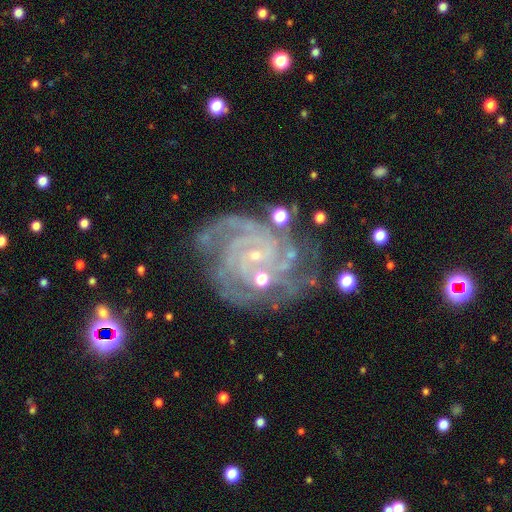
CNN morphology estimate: A featured or disk galaxy (90%) with no bar (67%), 4 (27%) tight (75%) spiral arms (98%) and a small central bulge (85%).

Vote fractions:
- Smooth or featured? featured or disk: 90% / star or artifact: 6% / smooth: 4%
- Edge-on disk? no: 98% / yes: 2%
- Bar? no: 67% / weak: 24% / strong: 9%
- Spiral arms? yes: 98% / no: 2%
- Spiral winding? tight: 75% / medium: 22% / loose: 3%
- Spiral arm count? 4: 27% / 3: 22% / can't tell: 16% / more than 4: 14% / 2: 13% / 1: 8%
- Bulge size? small: 85% / moderate: 10% / none: 3% / large: 1% / dominant: 1%
- Merging? none: 66% / minor disturbance: 20% / major disturbance: 9% / merger: 5%